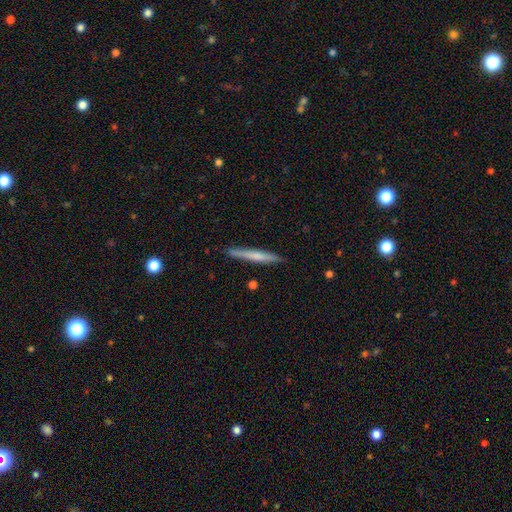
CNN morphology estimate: This is possibly a smooth galaxy (56%). How rounded: clearly cigar-shaped (96%). Merging: clearly none (89%).